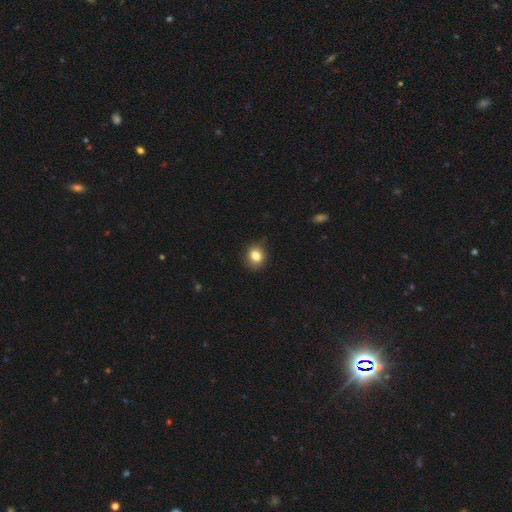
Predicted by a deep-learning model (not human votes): Overall: smooth (82%). How rounded: round (67%; in between 32%). Merging: none (80%).